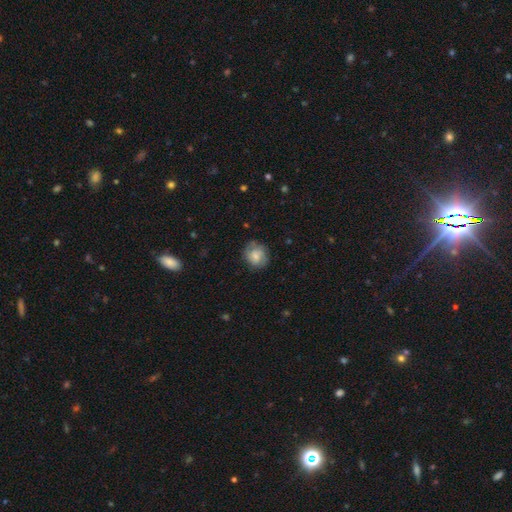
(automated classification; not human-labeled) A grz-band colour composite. It shows a smooth galaxy with no disk features (48%). Merging: none (68%).